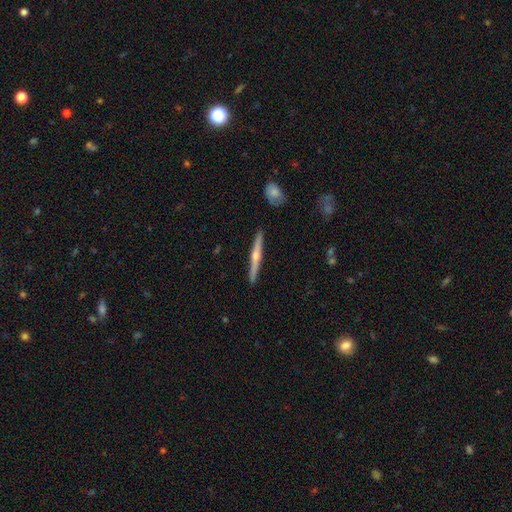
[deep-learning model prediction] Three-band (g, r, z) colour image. It shows a featured or disk galaxy (71%) viewed edge-on (97%) with a rounded central bulge (84%). Merging: none (90%).